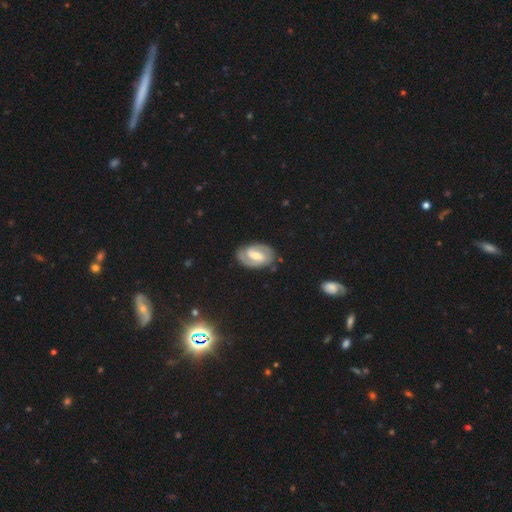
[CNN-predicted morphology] Smooth or featured? featured or disk (83%)
Edge-on disk? no (97%)
Bar? weak (49%)
Spiral arms? yes (94%)
Spiral winding? tight (50%)
Spiral arm count? 2 (84%)
Bulge size? moderate (60%)
Merging? none (80%)